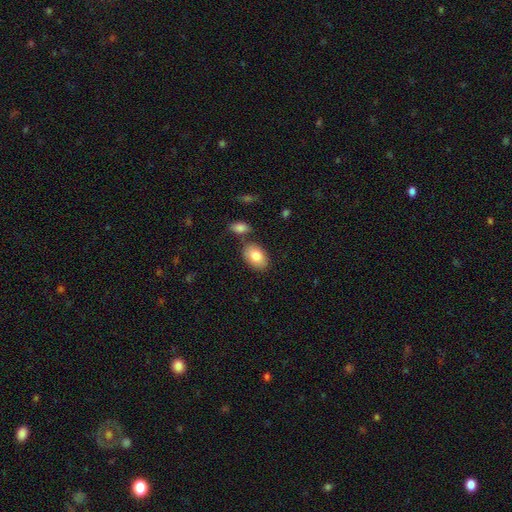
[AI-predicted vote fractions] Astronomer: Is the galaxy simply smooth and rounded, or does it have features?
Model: smooth — 83%.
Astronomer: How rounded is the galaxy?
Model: in between — 90%.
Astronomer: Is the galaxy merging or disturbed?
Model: none — 76%.